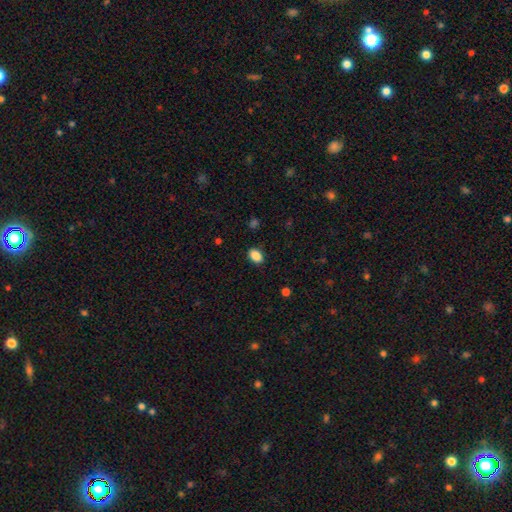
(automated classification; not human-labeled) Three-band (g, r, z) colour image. It shows a smooth galaxy with no disk features (88%) that is in between round and cigar-shaped (84%). Merging: none (89%).